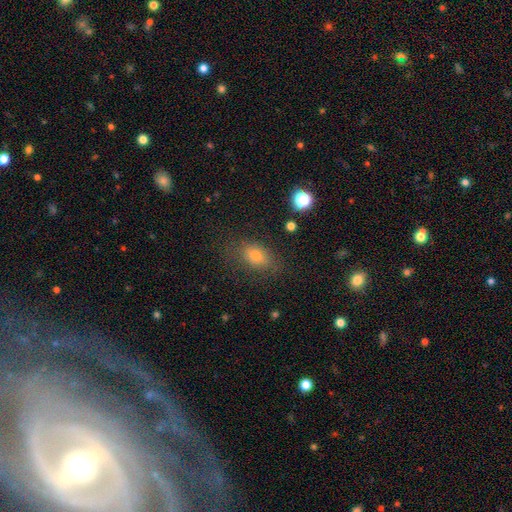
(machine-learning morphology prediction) A smooth galaxy with no disk features (73%) that is in between round and cigar-shaped (77%). Merging: none (76%).